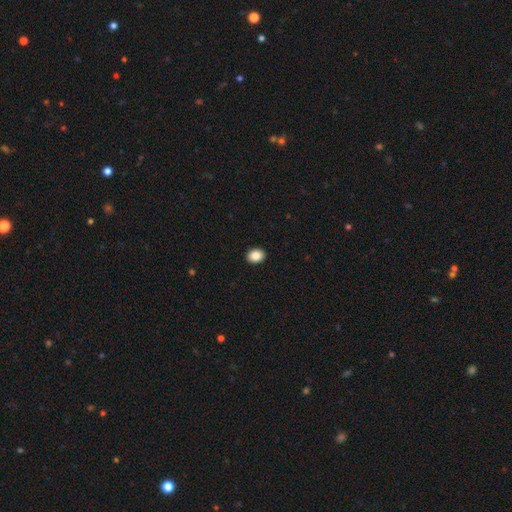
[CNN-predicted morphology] smooth-or-featured: smooth: 88% | star or artifact: 8% | featured or disk: 4%
  how-rounded: in between: 62% | round: 37% | cigar-shaped: 1%
  merging: none: 92% | minor disturbance: 5% | major disturbance: 2% | merger: 1%